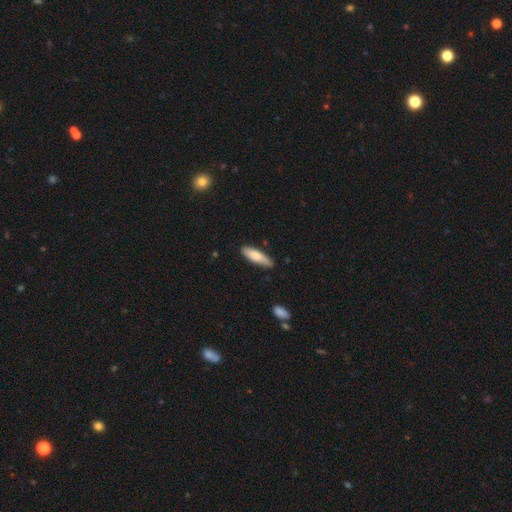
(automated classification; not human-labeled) smooth_or_featured: smooth (p=0.79) [alt: featured or disk p=0.16]
how_rounded: cigar-shaped (p=0.56) [alt: in between p=0.43]
merging: none (p=0.78) [alt: minor disturbance p=0.18]